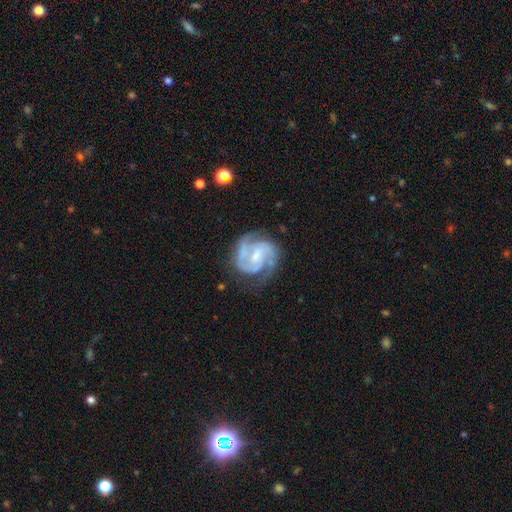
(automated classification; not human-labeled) A featured or disk galaxy (90%) with a weak bar (50%), 2 (82%) medium (49%) spiral arms (98%) and a small central bulge (55%).

Vote fractions:
- Smooth or featured? featured or disk: 90% / smooth: 5% / star or artifact: 4%
- Edge-on disk? no: 98% / yes: 2%
- Bar? weak: 50% / no: 31% / strong: 20%
- Spiral arms? yes: 98% / no: 2%
- Spiral winding? medium: 49% / tight: 44% / loose: 8%
- Spiral arm count? 2: 82% / 3: 9% / can't tell: 4% / 1: 2% / 4: 2% / more than 4: 2%
- Bulge size? small: 55% / moderate: 27% / none: 15% / large: 2% / dominant: 1%
- Merging? none: 72% / minor disturbance: 18% / major disturbance: 8% / merger: 2%